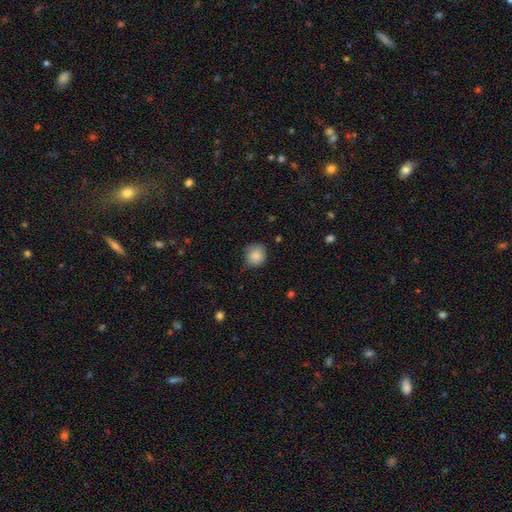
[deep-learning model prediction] Smooth or featured? smooth (86%)
How rounded? round (89%)
Merging? none (66%)